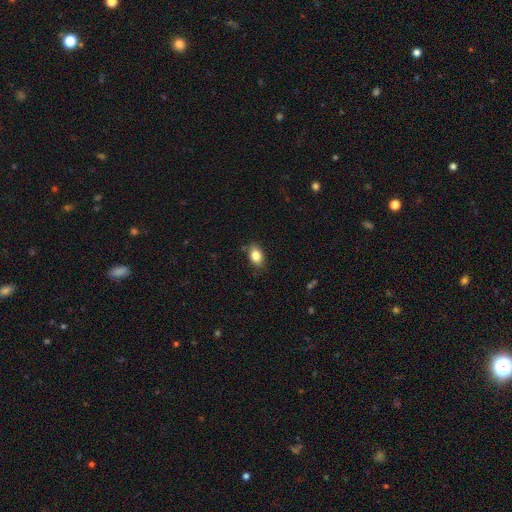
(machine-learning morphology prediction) Smooth or featured: smooth — 84% (star or artifact — 8%)
How rounded: in between — 82% (round — 16%)
Merging: none — 81% (minor disturbance — 15%)